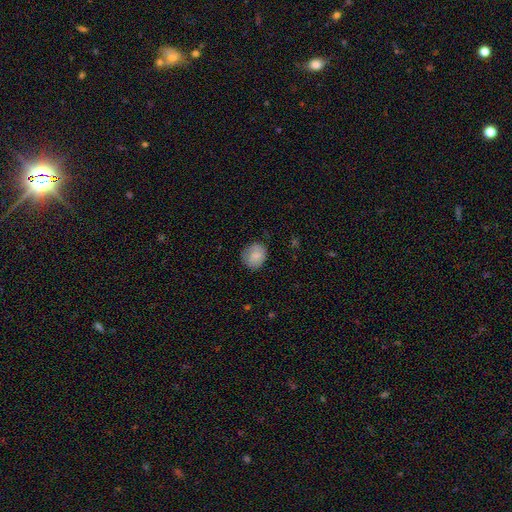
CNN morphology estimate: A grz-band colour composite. It shows a smooth galaxy with no disk features (81%) that is round (74%). Merging: none (76%).